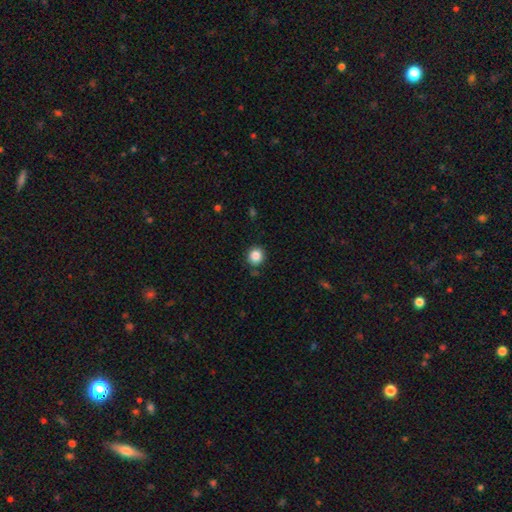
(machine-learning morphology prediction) Smooth or featured: smooth — 86% (star or artifact — 10%)
How rounded: round — 89% (in between — 10%)
Merging: none — 87% (minor disturbance — 9%)